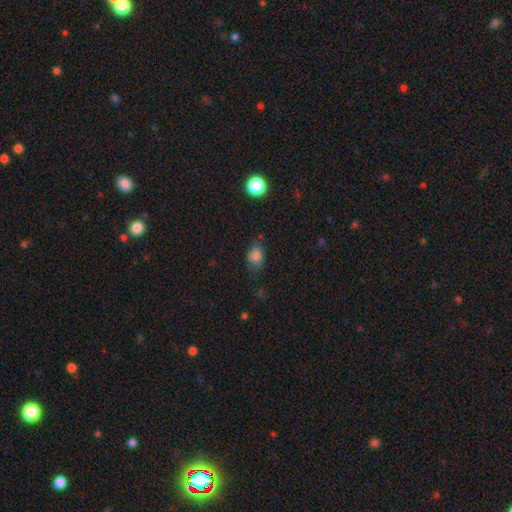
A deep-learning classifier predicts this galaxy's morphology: type=smooth (80%); roundness=in between (62%); merging=none (61%).